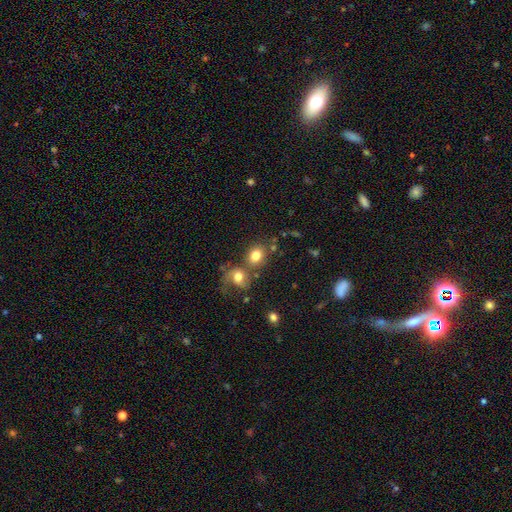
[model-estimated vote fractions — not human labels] Smooth or featured? smooth (78%)
How rounded? round (61%)
Merging? none (52%)